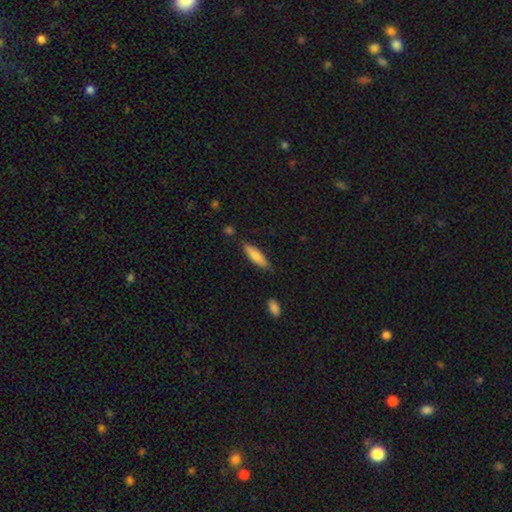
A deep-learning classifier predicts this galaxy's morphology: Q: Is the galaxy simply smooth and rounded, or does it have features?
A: smooth — 78%.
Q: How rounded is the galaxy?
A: cigar-shaped — 62%.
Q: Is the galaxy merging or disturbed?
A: none — 78%.